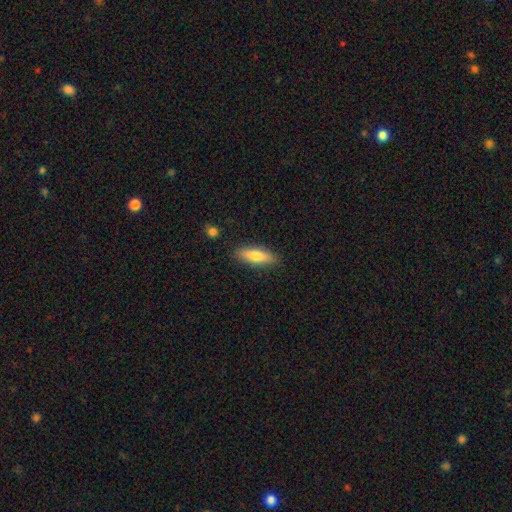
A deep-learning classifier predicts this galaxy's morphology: Smooth or featured? smooth (76%)
How rounded? cigar-shaped (55%)
Merging? none (87%)